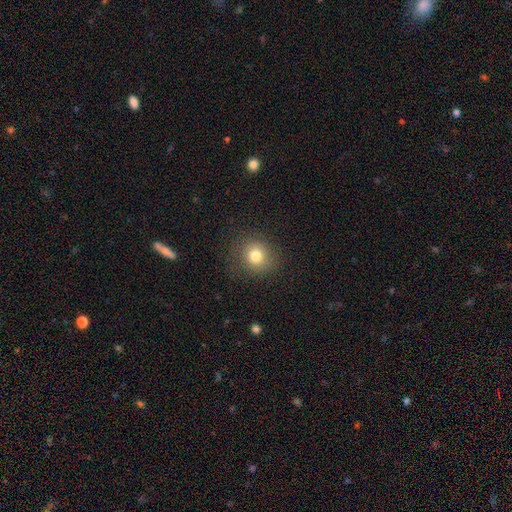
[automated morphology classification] Overall: smooth (79%). How rounded: round (84%). Merging: none (84%).